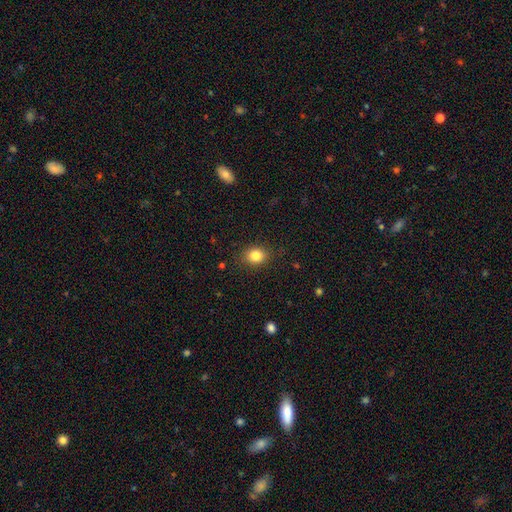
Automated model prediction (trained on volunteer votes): smooth_or_featured: smooth (p=0.84) [alt: star or artifact p=0.10]
how_rounded: round (p=0.56) [alt: in between p=0.43]
merging: none (p=0.86) [alt: minor disturbance p=0.10]